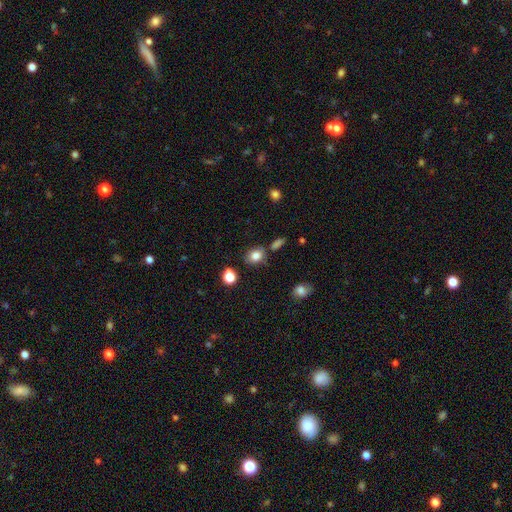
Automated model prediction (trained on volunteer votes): smooth_or_featured: smooth (p=0.82) [alt: star or artifact p=0.11]
how_rounded: in between (p=0.50) [alt: round p=0.48]
merging: none (p=0.72) [alt: minor disturbance p=0.16]